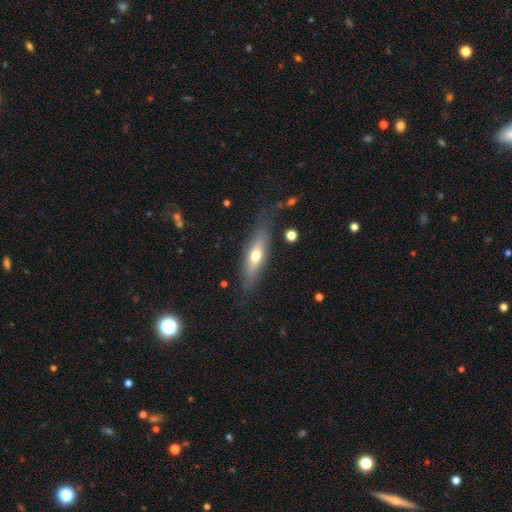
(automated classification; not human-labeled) Smooth or featured? smooth (56%)
How rounded? cigar-shaped (56%)
Merging? none (77%)